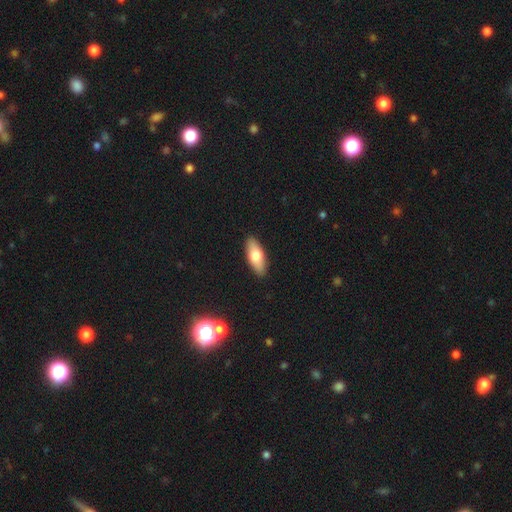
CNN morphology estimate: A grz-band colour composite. It shows a smooth galaxy with no disk features (73%) that is in between round and cigar-shaped (79%). Merging: none (90%).